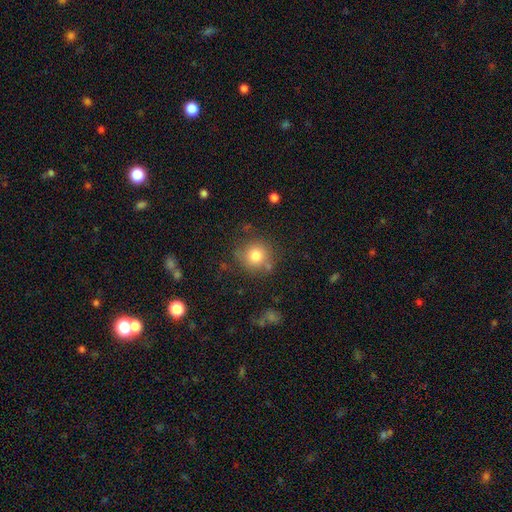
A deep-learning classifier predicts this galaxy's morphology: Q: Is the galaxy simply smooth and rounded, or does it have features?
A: smooth — 79%.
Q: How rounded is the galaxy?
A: round — 90%.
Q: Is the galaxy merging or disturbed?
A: none — 76%.